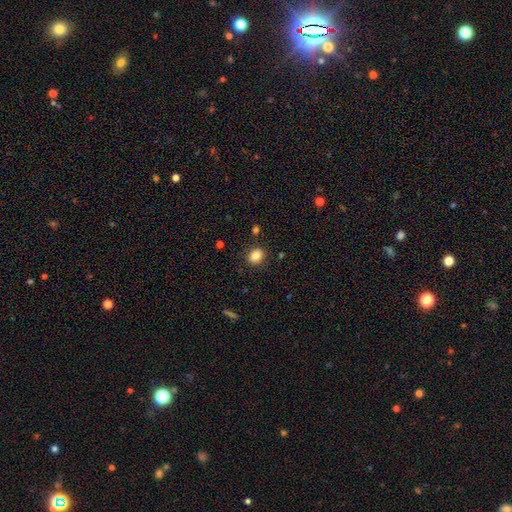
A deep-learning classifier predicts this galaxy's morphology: The model was most divided on "how rounded": round: 64%, in between: 35%, cigar-shaped: 1%. More confident: merging — none (87%); smooth or featured — smooth (83%).